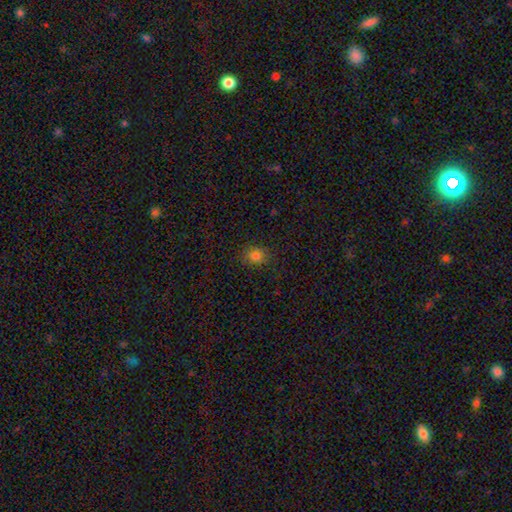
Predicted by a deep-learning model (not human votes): Overall: smooth (80%). How rounded: round (65%; in between 34%). Merging: none (85%).